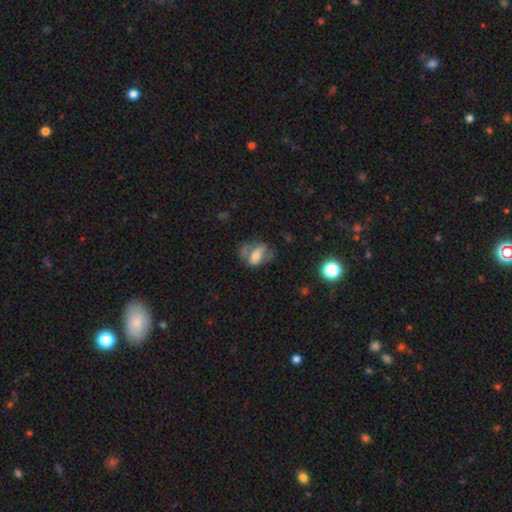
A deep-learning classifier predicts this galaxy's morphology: Smooth or featured? Predicted: smooth (p=0.53). How rounded? Predicted: in between (p=0.81). Merging? Predicted: none (p=0.36).